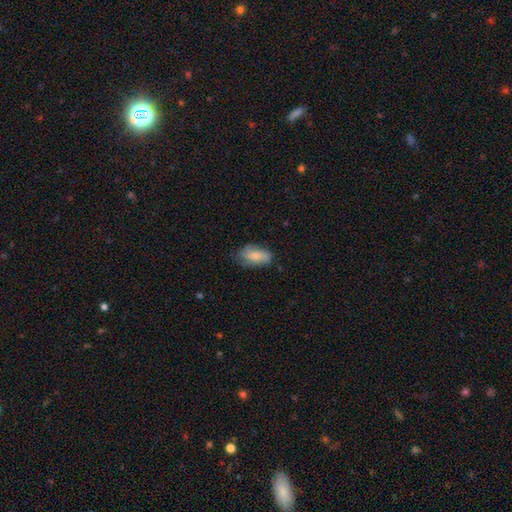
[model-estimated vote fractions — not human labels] This is likely a smooth galaxy (78%). How rounded: clearly in between (88%). Merging: likely none (65%).